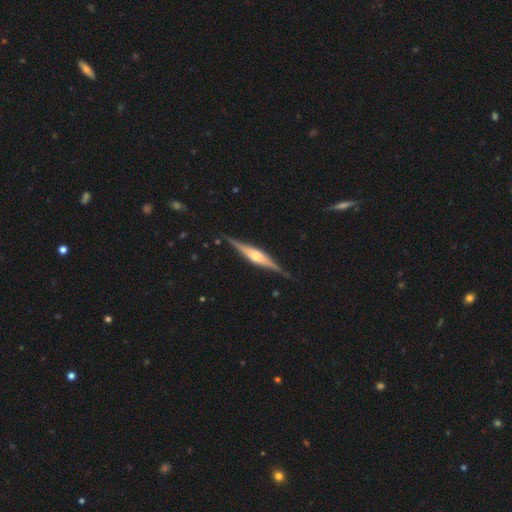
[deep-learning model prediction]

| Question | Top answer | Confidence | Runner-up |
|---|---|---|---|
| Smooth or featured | featured or disk | 82% | smooth (13%) |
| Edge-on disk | yes | 98% | no (2%) |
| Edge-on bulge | rounded | 83% | boxy (14%) |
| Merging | none | 88% | minor disturbance (9%) |